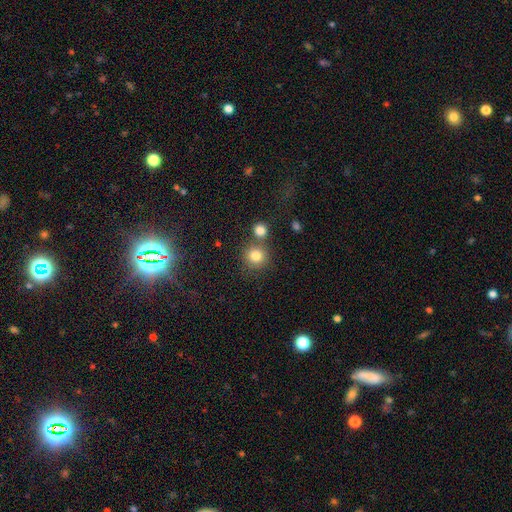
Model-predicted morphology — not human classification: smooth-or-featured: smooth: 81% | star or artifact: 12% | featured or disk: 7%
  how-rounded: round: 90% | in between: 9% | cigar-shaped: 1%
  merging: none: 65% | merger: 23% | minor disturbance: 9% | major disturbance: 4%